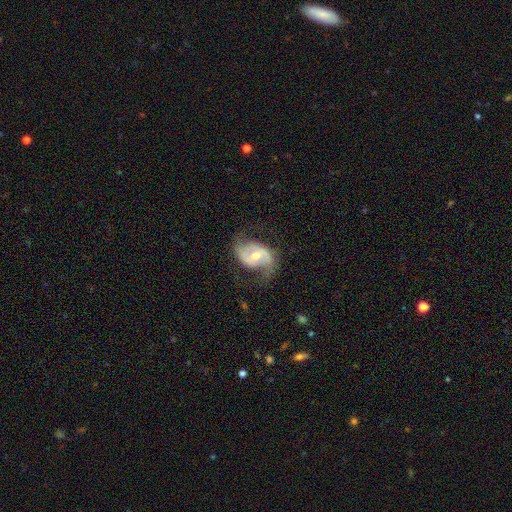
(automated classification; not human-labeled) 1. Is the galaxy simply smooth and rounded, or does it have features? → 84% featured or disk, 11% smooth, 5% star or artifact.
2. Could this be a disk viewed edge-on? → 97% no, 3% yes.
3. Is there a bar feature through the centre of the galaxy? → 44% weak, 36% no, 20% strong.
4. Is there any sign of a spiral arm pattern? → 93% yes, 7% no.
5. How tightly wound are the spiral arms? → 45% loose, 42% medium, 13% tight.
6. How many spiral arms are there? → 89% 2, 4% can't tell, 3% 1, 1% 3, 1% 4, 1% more than 4.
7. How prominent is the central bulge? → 62% moderate, 33% small, 3% large, 1% none, 1% dominant.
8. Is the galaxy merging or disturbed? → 68% none, 19% minor disturbance, 12% major disturbance, 1% merger.